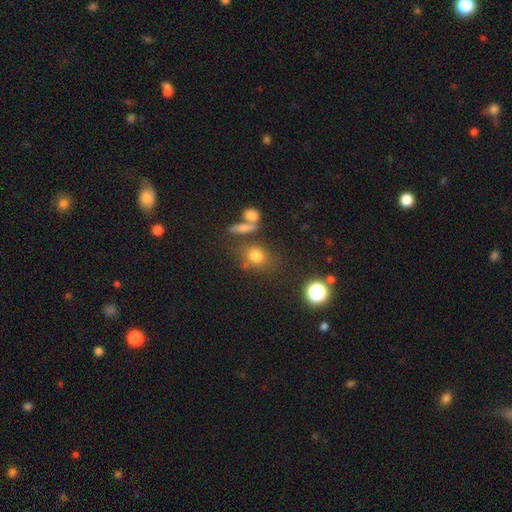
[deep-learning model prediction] Smooth or featured? smooth (74%)
How rounded? round (63%)
Merging? none (63%)